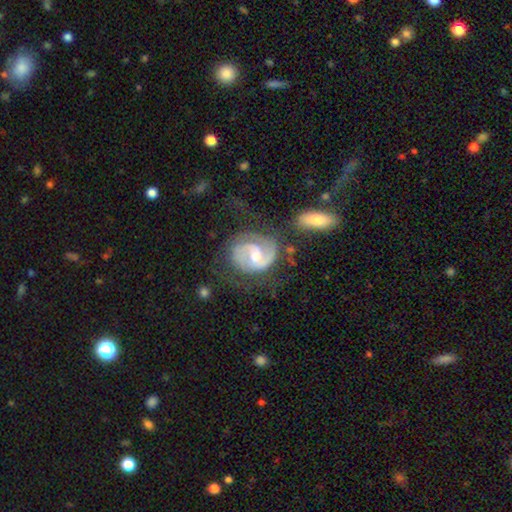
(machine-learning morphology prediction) This appears to be a featured or disk galaxy (86%) with a weak bar (49%), 2 (79%) medium (45%) spiral arms (96%) and a moderate central bulge (66%). Merging: none (56%).